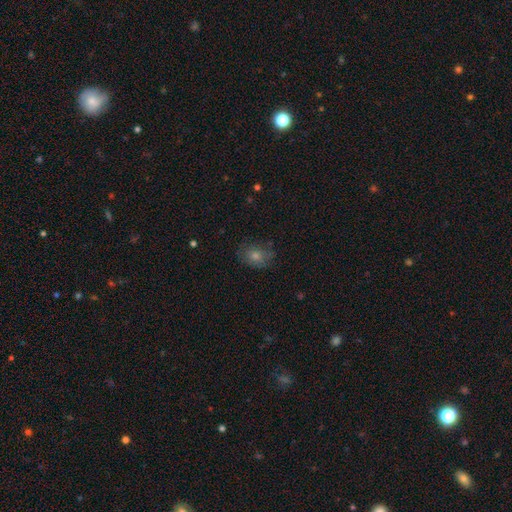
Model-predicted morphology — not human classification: This is possibly a smooth galaxy (58%). How rounded: possibly round (54%). Merging: likely none (74%).